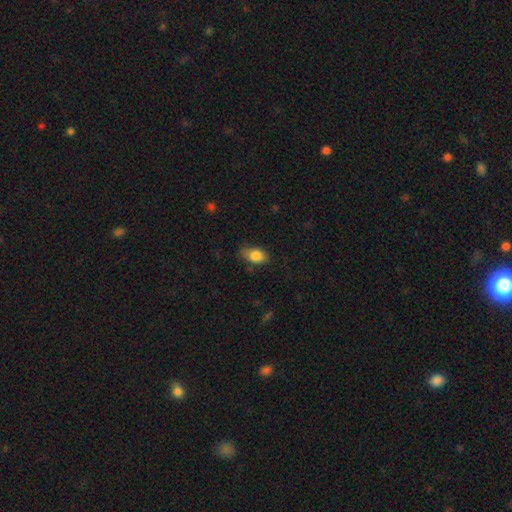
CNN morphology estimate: Overall: smooth (85%). How rounded: in between (88%). Merging: none (72%).